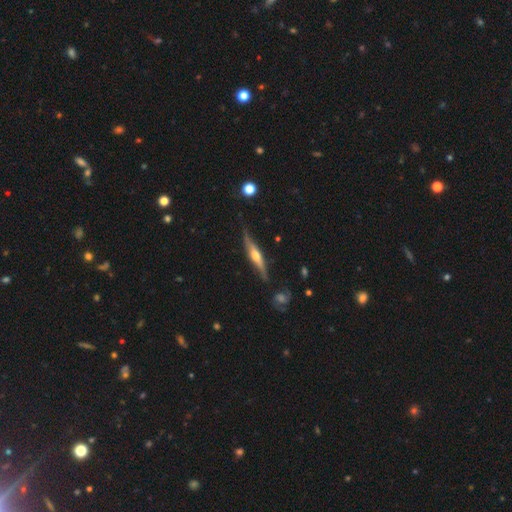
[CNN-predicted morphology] smooth_or_featured: featured or disk (p=0.69) [alt: smooth p=0.25]
disk_edge_on: yes (p=0.93) [alt: no p=0.07]
edge_on_bulge: rounded (p=0.86) [alt: boxy p=0.07]
merging: none (p=0.74) [alt: minor disturbance p=0.19]